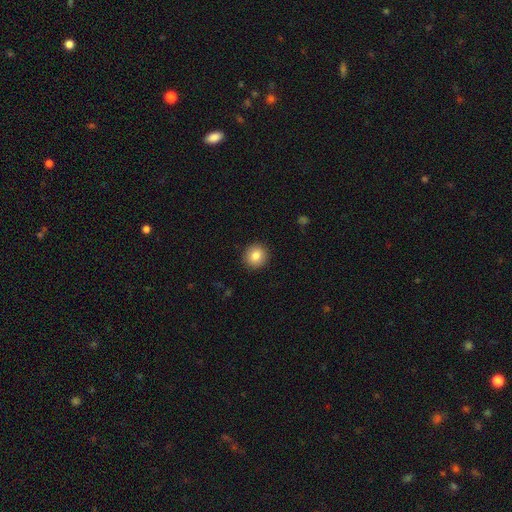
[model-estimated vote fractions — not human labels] A smooth galaxy with no disk features (84%) that is round (91%).

Vote fractions:
- Smooth or featured? smooth: 84% / star or artifact: 9% / featured or disk: 7%
- How rounded? round: 91% / in between: 8% / cigar-shaped: 1%
- Merging? none: 92% / minor disturbance: 5% / major disturbance: 2% / merger: 1%